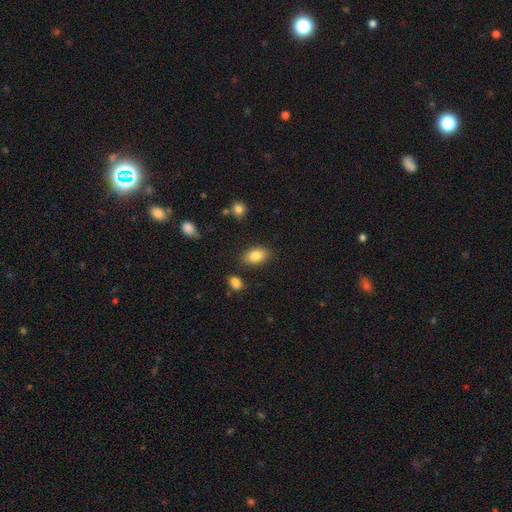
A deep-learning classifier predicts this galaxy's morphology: smooth_or_featured: smooth (p=0.84) [alt: featured or disk p=0.08]
how_rounded: in between (p=0.88) [alt: round p=0.10]
merging: none (p=0.84) [alt: minor disturbance p=0.11]